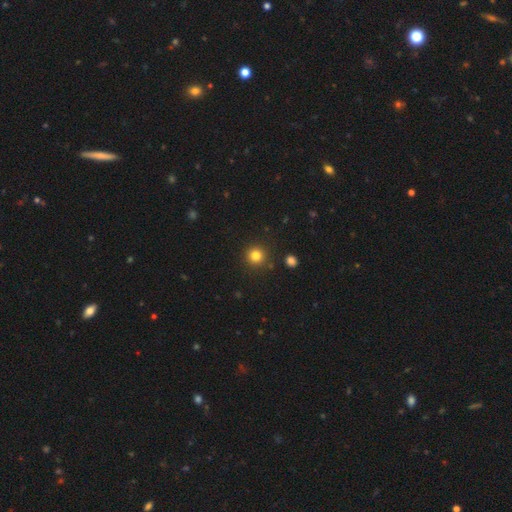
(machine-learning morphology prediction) smooth 81%, star or artifact 13%, featured or disk 5%. Down the decision tree: how rounded — round (95%); merging — none (90%).